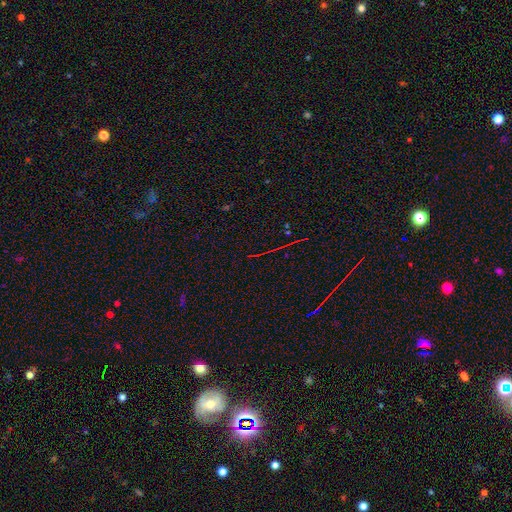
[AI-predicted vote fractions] Overall: star or artifact (78%).